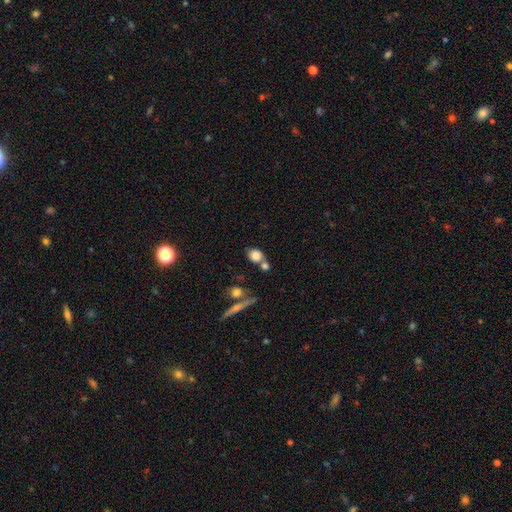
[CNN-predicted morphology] Smooth or featured?
  - smooth: 80% *
  - star or artifact: 10%
  - featured or disk: 10%
How rounded?
  - round: 61% *
  - in between: 35%
  - cigar-shaped: 3%
Merging?
  - none: 52% *
  - merger: 31%
  - minor disturbance: 12%
  - major disturbance: 5%